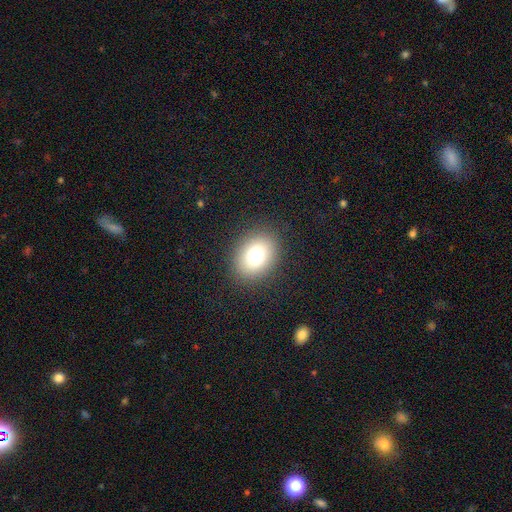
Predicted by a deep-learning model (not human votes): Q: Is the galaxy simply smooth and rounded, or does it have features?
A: smooth — 76%.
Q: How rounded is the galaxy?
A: in between — 56%.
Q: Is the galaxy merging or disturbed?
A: none — 88%.